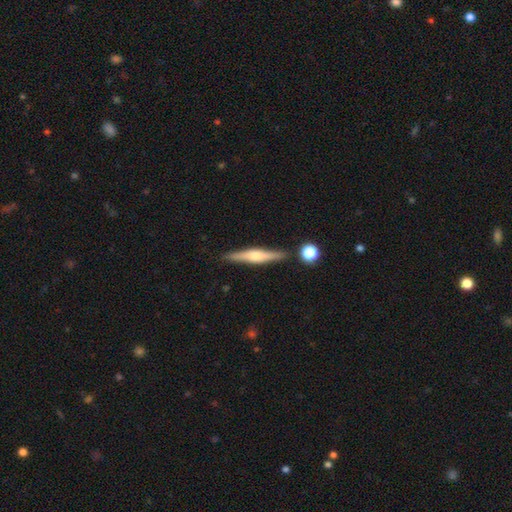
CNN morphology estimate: A featured or disk galaxy (63%) viewed edge-on (97%) with a rounded central bulge (85%).

Vote fractions:
- Smooth or featured? featured or disk: 63% / smooth: 31% / star or artifact: 6%
- Edge-on disk? yes: 97% / no: 3%
- Edge-on bulge? rounded: 85% / boxy: 9% / none: 6%
- Merging? none: 86% / minor disturbance: 8% / merger: 4% / major disturbance: 2%